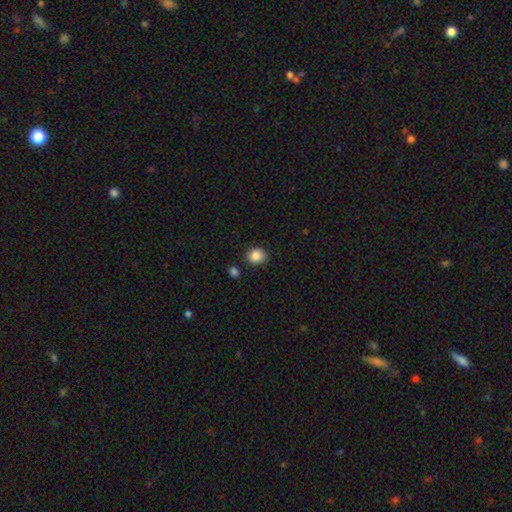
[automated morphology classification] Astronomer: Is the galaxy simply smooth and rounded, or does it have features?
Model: smooth — 87%.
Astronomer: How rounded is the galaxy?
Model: round — 74%.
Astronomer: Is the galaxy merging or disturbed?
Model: none — 82%.